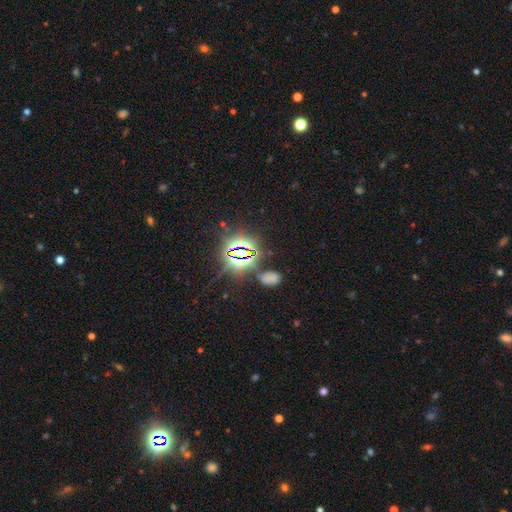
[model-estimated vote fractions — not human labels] Morphology: type=star or artifact (81%).